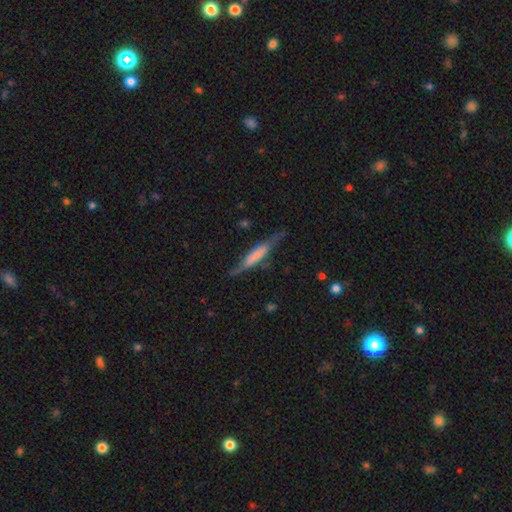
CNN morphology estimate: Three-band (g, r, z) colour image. It shows a featured or disk galaxy (51%) viewed edge-on (84%). Merging: none (62%).